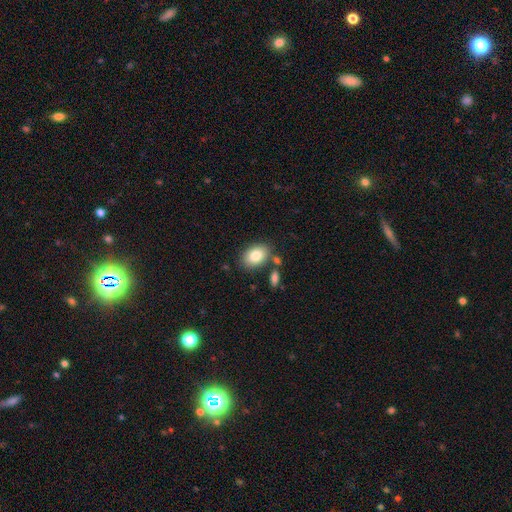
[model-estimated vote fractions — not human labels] This is clearly a smooth galaxy (83%). How rounded: clearly in between (84%). Merging: likely none (76%).